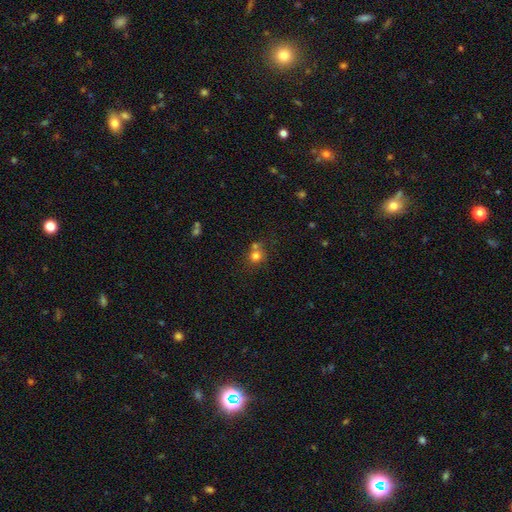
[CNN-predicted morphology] Smooth or featured?
  - smooth: 76% *
  - star or artifact: 14%
  - featured or disk: 10%
How rounded?
  - round: 86% *
  - in between: 13%
  - cigar-shaped: 1%
Merging?
  - none: 55% *
  - merger: 31%
  - minor disturbance: 10%
  - major disturbance: 4%